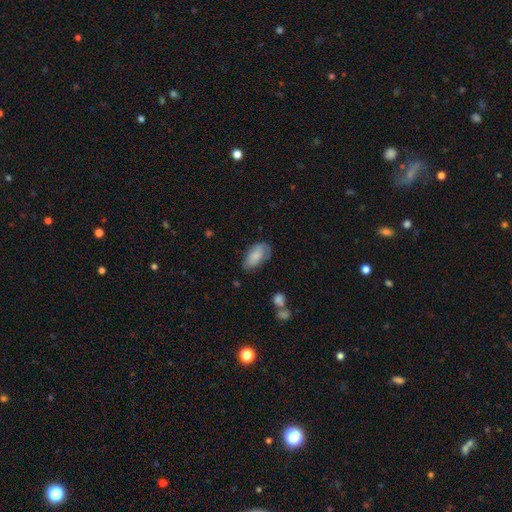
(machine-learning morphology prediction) Overall: smooth (77%). How rounded: in between (93%). Merging: none (60%; minor disturbance 30%).